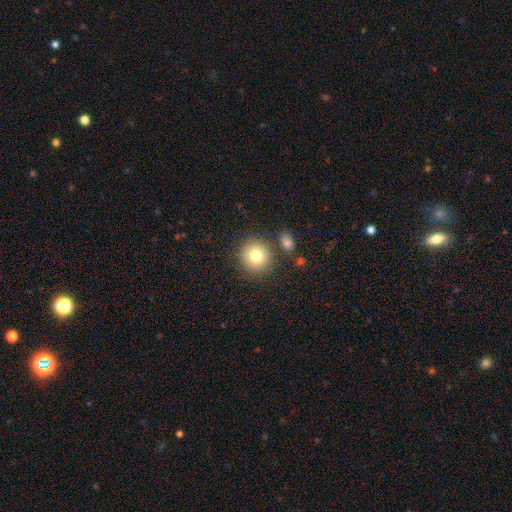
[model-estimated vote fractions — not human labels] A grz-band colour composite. It shows a smooth galaxy with no disk features (78%) that is round (93%). Merging: none (81%).